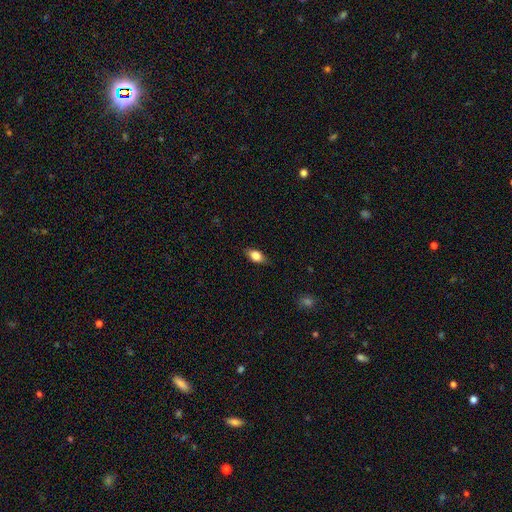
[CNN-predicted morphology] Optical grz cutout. It shows a smooth galaxy with no disk features (80%) that is in between round and cigar-shaped (85%). Merging: none (82%).